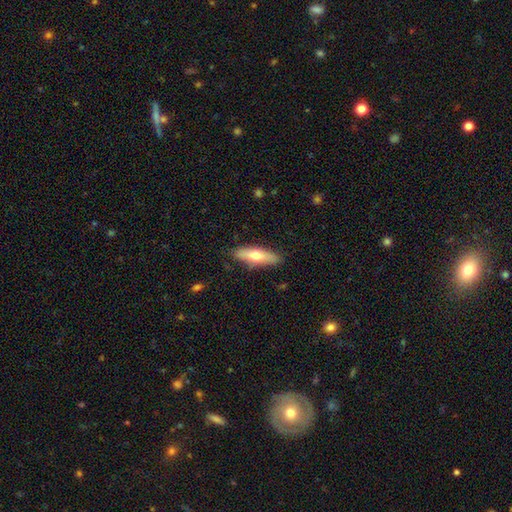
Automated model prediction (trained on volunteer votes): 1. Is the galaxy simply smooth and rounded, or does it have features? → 61% smooth, 33% featured or disk, 6% star or artifact.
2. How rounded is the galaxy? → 53% cigar-shaped, 45% in between, 2% round.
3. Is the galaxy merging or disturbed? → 83% none, 13% minor disturbance, 3% major disturbance, 1% merger.